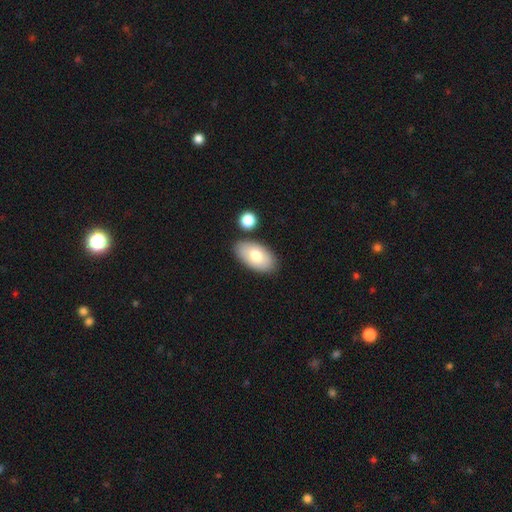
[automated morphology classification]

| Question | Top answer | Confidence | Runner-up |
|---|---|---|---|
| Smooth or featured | smooth | 75% | featured or disk (18%) |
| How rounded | in between | 95% | round (3%) |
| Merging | none | 80% | minor disturbance (11%) |